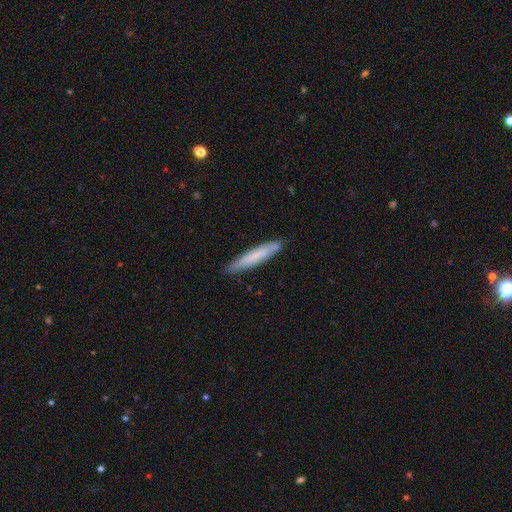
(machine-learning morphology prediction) type=smooth (70%); roundness=cigar-shaped (93%); merging=none (86%).